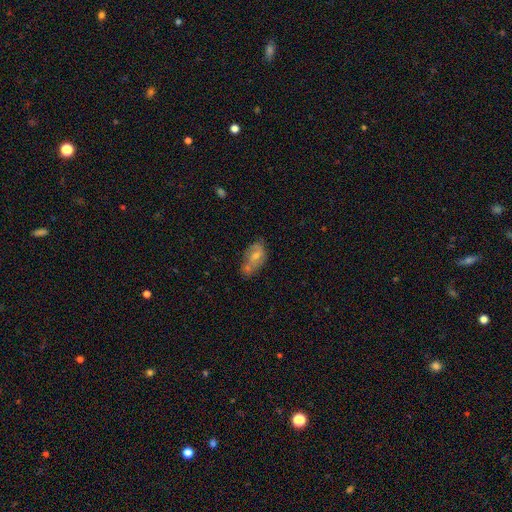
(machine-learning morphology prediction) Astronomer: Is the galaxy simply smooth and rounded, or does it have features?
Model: featured or disk — 50% (runner-up: smooth, 37%).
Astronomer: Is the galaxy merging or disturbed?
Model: none — 50%.